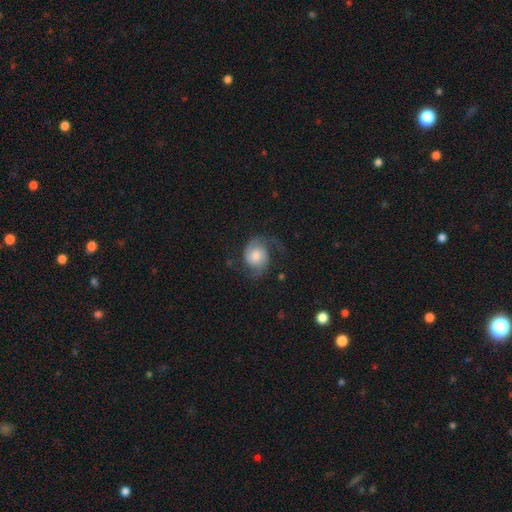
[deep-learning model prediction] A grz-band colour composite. It shows a featured or disk galaxy (71%) with no bar (69%), 2 (84%) medium (43%) spiral arms (95%) and a moderate central bulge (43%). Merging: none (61%).